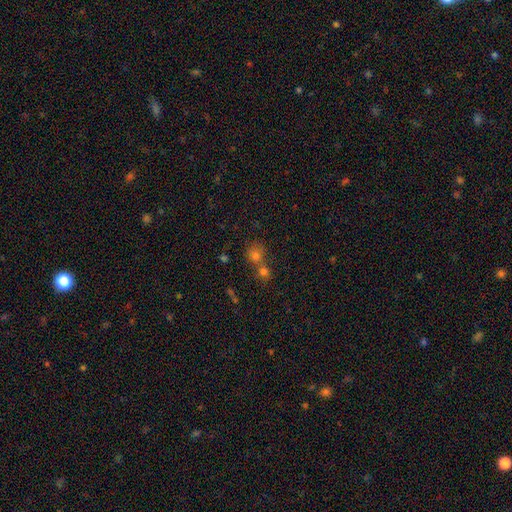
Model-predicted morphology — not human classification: This appears to be a smooth galaxy with no disk features (63%) that is round (84%). Merging: none (50%).